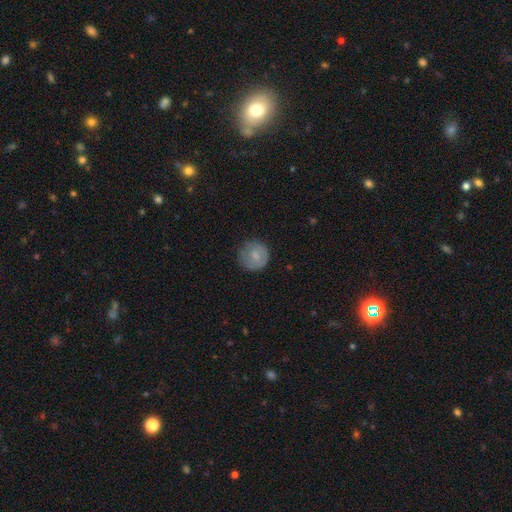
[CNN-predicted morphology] Smooth or featured? Predicted: smooth (p=0.73). How rounded? Predicted: round (p=0.93). Merging? Predicted: none (p=0.76).